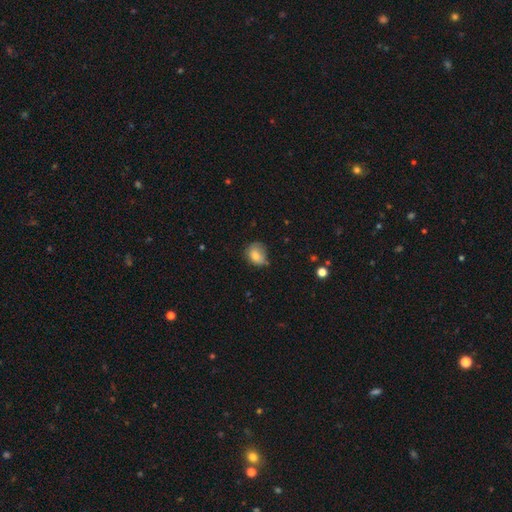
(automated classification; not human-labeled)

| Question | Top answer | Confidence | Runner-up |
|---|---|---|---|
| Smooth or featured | smooth | 76% | featured or disk (14%) |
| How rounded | in between | 51% | round (48%) |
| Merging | none | 49% | minor disturbance (37%) |